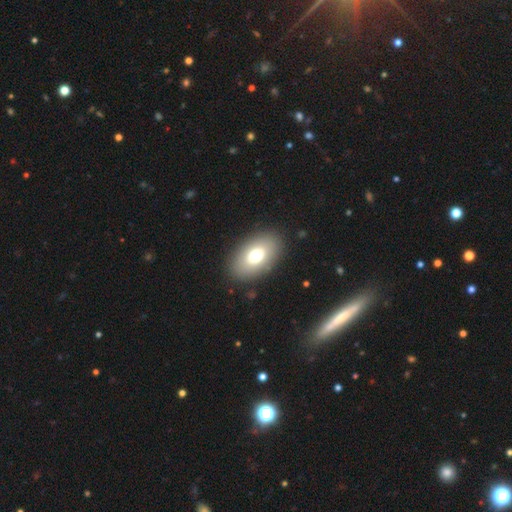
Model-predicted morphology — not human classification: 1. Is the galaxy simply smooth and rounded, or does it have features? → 72% smooth, 19% featured or disk, 8% star or artifact.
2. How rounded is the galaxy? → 91% in between, 7% round, 1% cigar-shaped.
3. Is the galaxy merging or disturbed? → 88% none, 8% minor disturbance, 3% major disturbance, 1% merger.